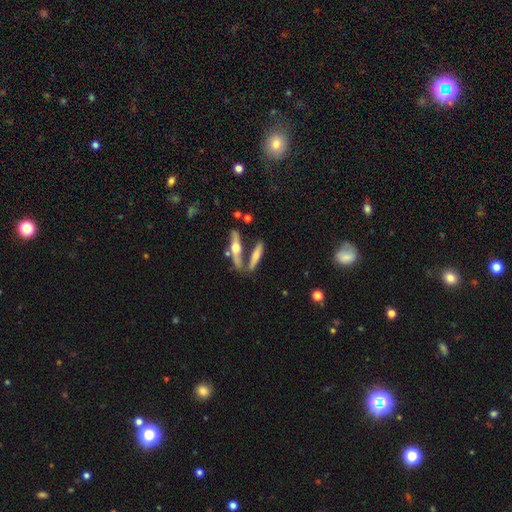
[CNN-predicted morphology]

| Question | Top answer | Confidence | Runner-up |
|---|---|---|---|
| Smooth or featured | featured or disk | 52% | smooth (42%) |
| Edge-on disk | yes | 89% | no (11%) |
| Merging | none | 59% | merger (25%) |